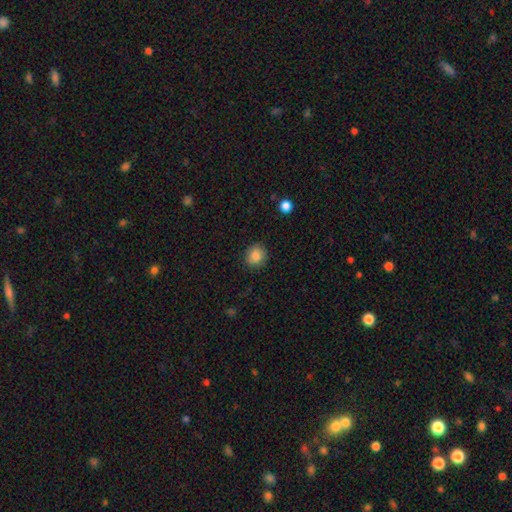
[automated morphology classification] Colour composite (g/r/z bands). It shows a smooth galaxy with no disk features (86%) that is round (84%). Merging: none (89%).